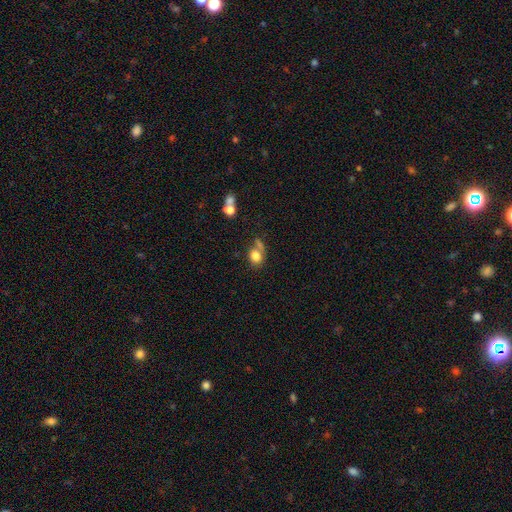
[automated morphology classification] The model was most divided on "how rounded": round: 51%, in between: 47%, cigar-shaped: 2%. Remaining: smooth or featured — smooth (79%); merging — none (45%).